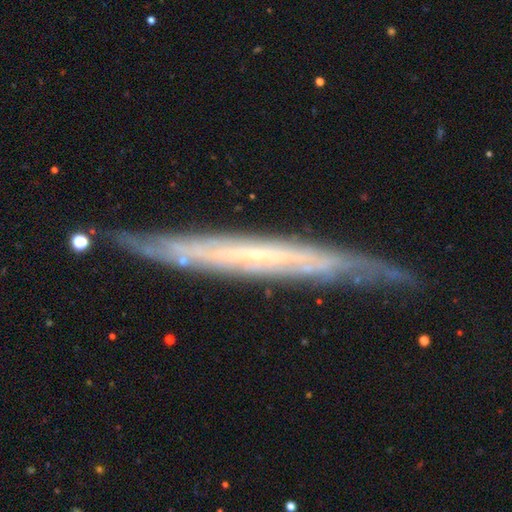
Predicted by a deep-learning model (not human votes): Q: Smooth or featured?
A: featured or disk (77%); runner-up: smooth (16%)
Q: Edge-on disk?
A: yes (80%); runner-up: no (20%)
Q: Edge-on bulge?
A: none (77%); runner-up: rounded (19%)
Q: Merging?
A: none (82%); runner-up: minor disturbance (14%)